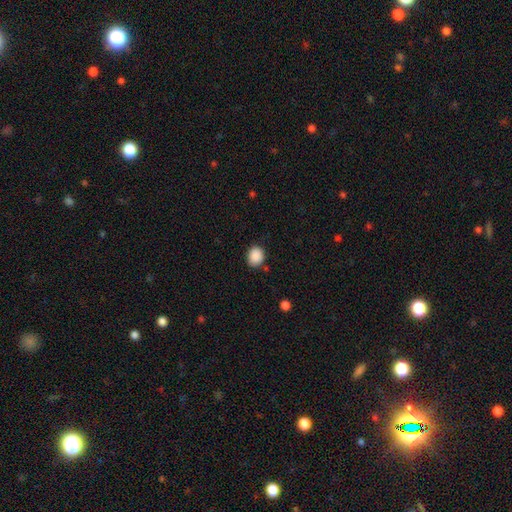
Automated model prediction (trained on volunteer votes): smooth 89%, star or artifact 8%, featured or disk 3%. Down the decision tree: how rounded — round (57%); merging — none (81%).